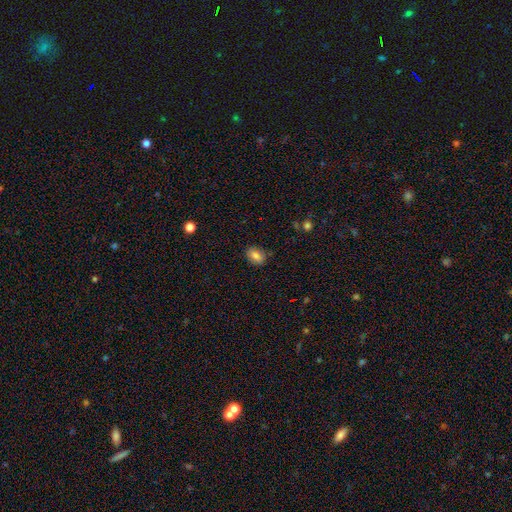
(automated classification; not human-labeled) A smooth galaxy with no disk features (81%) that is in between round and cigar-shaped (74%). Merging: none (84%).